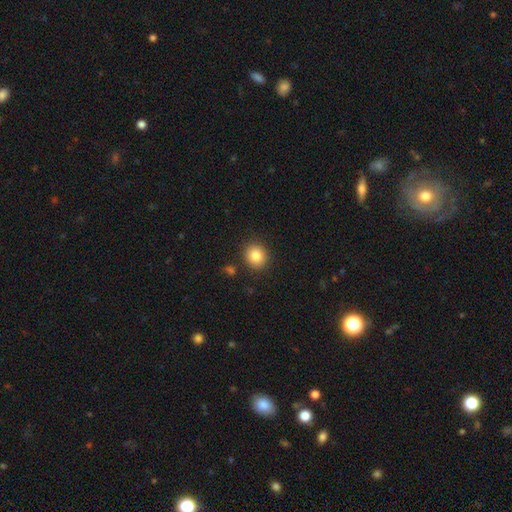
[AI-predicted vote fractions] Smooth or featured: smooth — 85% (star or artifact — 9%)
How rounded: round — 78% (in between — 21%)
Merging: none — 87% (minor disturbance — 8%)